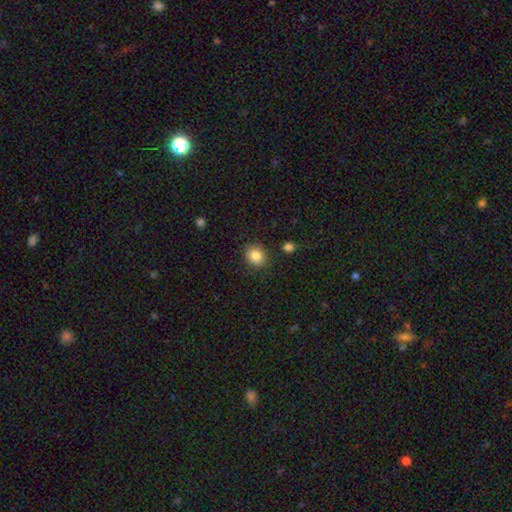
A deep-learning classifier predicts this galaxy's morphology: The model was most divided on "how rounded": round: 78%, in between: 21%, cigar-shaped: 1%. More confident: merging — none (86%); smooth or featured — smooth (85%).